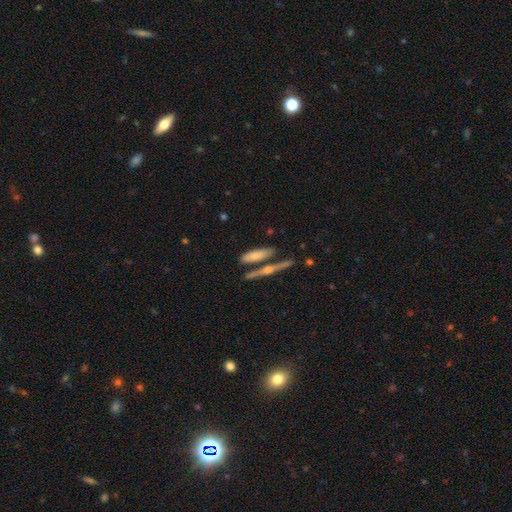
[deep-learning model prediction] A smooth galaxy with no disk features (61%) that is cigar-shaped (63%).

Vote fractions:
- Smooth or featured? smooth: 61% / featured or disk: 32% / star or artifact: 7%
- How rounded? cigar-shaped: 63% / in between: 34% / round: 3%
- Merging? none: 64% / merger: 20% / minor disturbance: 12% / major disturbance: 4%